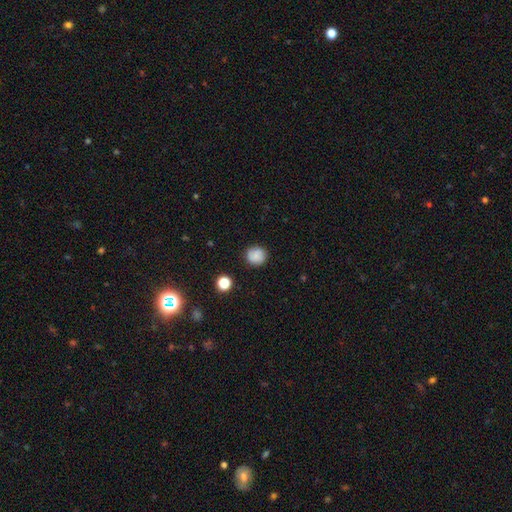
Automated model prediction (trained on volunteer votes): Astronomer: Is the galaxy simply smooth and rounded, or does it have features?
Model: smooth — 81%.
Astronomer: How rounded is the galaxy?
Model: round — 87%.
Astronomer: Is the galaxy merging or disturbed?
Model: none — 85%.